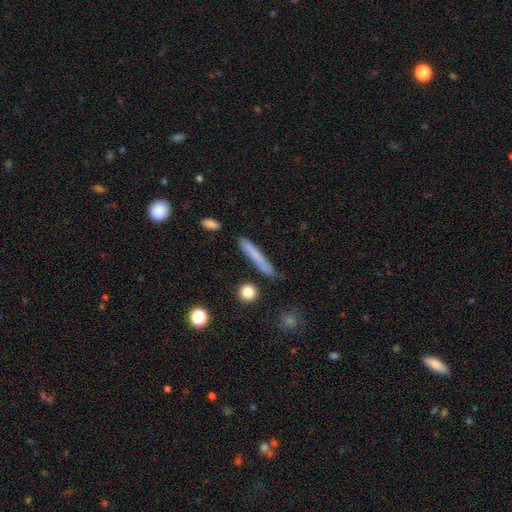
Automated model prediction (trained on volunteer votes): A smooth galaxy with no disk features (71%) that is cigar-shaped (94%).

Vote fractions:
- Smooth or featured? smooth: 71% / featured or disk: 21% / star or artifact: 8%
- How rounded? cigar-shaped: 94% / in between: 4% / round: 2%
- Merging? none: 82% / minor disturbance: 12% / merger: 3% / major disturbance: 3%